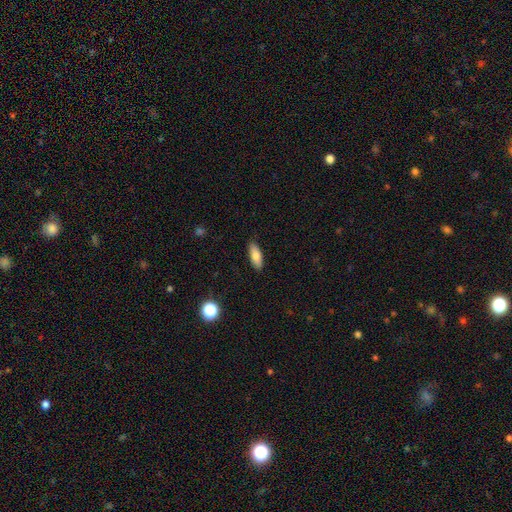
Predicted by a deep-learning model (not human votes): This appears to be a smooth galaxy with no disk features (78%) that is in between round and cigar-shaped (73%). Merging: none (89%).